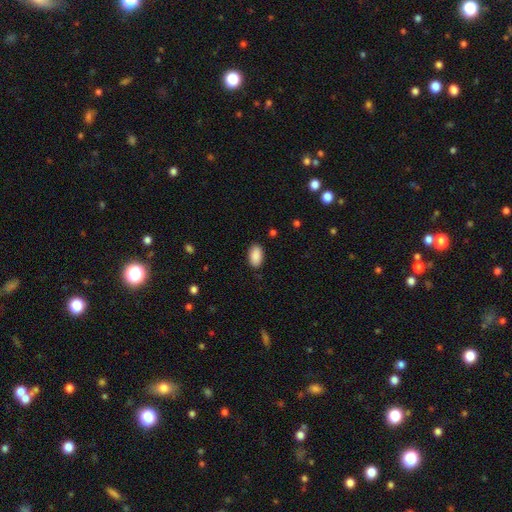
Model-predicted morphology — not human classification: smooth 90%, star or artifact 7%, featured or disk 3%. Down the decision tree: how rounded — in between (94%); merging — none (87%).